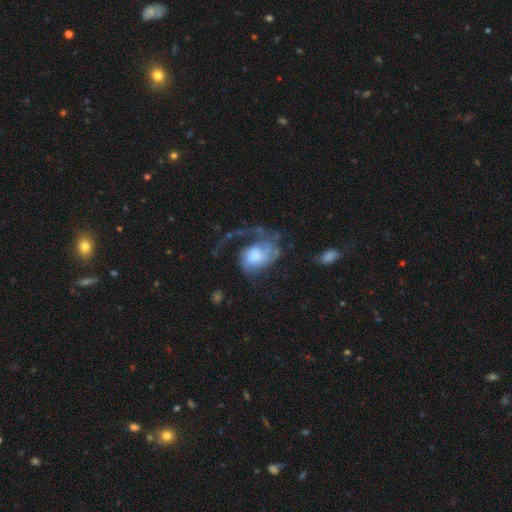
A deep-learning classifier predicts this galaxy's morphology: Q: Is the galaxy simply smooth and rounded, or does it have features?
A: featured or disk — 70%.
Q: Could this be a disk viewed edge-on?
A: no — 98%.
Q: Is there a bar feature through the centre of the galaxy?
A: no — 65%.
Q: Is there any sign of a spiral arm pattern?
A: yes — 85%.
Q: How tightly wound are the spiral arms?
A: loose — 48%.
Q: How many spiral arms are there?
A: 1 — 60%.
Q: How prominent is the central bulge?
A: large — 36%.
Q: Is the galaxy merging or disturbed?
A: major disturbance — 53%.